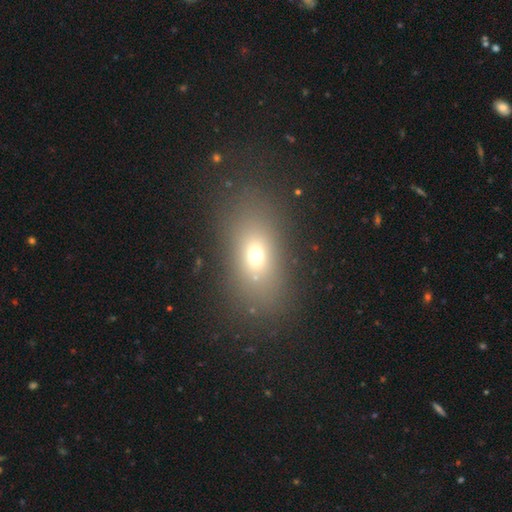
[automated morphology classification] The model was most divided on "smooth or featured": smooth: 64%, star or artifact: 19%, featured or disk: 17%. More confident: merging — none (79%); how rounded — in between (74%).